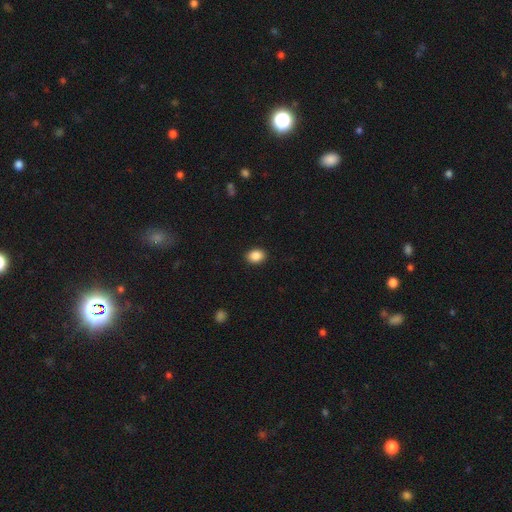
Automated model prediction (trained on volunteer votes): Overall: smooth (88%). How rounded: in between (66%; round 33%). Merging: none (91%).